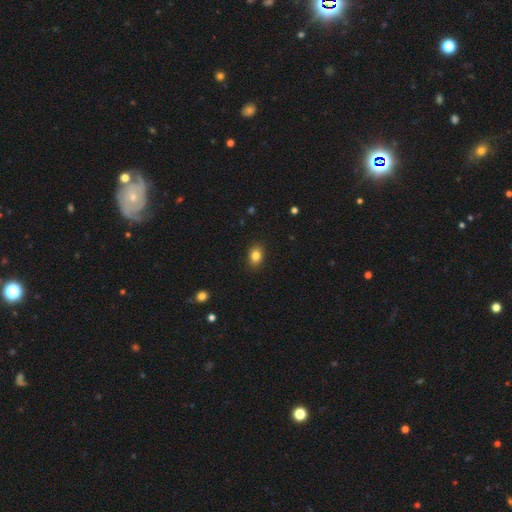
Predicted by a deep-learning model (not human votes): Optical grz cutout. It shows a smooth galaxy with no disk features (83%) that is in between round and cigar-shaped (68%). Merging: none (88%).